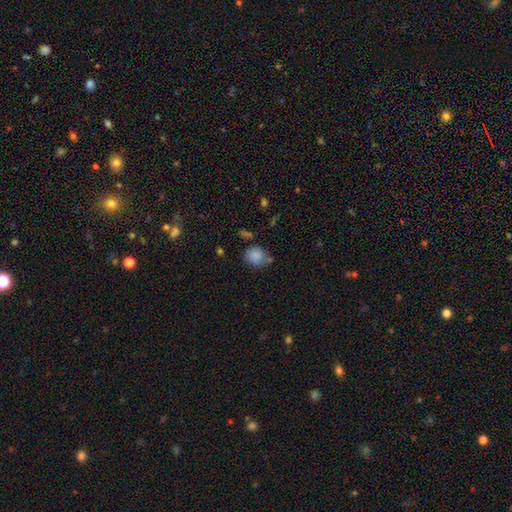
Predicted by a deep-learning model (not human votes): This is clearly a smooth galaxy (84%). How rounded: likely round (65%). Merging: possibly none (59%).